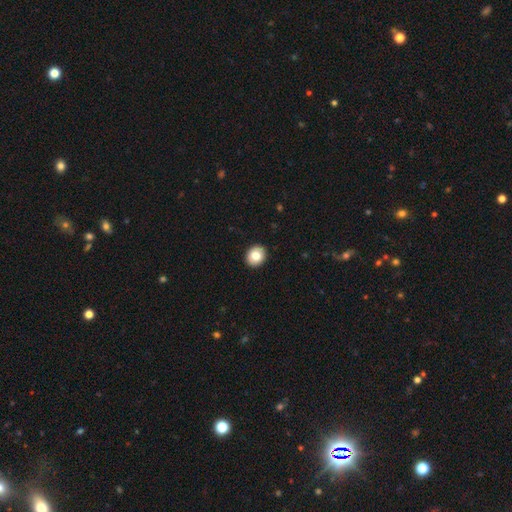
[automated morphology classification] Overall: smooth (81%). How rounded: round (70%). Merging: none (92%).